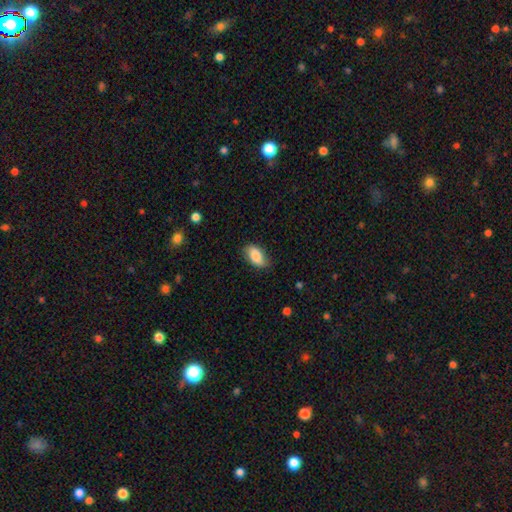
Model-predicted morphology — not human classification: type=smooth (84%); roundness=in between (92%); merging=none (75%).